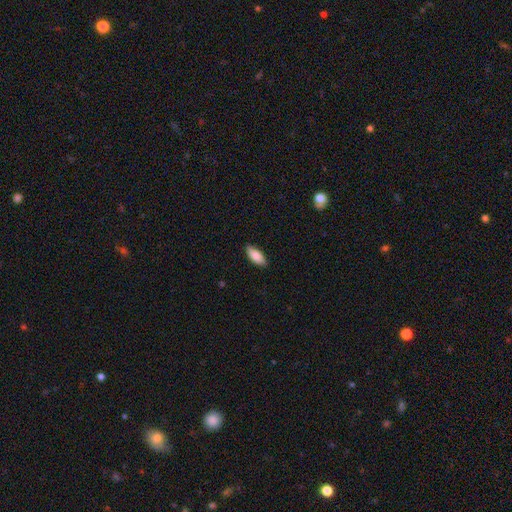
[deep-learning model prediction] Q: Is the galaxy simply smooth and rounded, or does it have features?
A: smooth — 87%.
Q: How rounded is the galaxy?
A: in between — 84%.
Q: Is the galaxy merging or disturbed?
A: none — 85%.